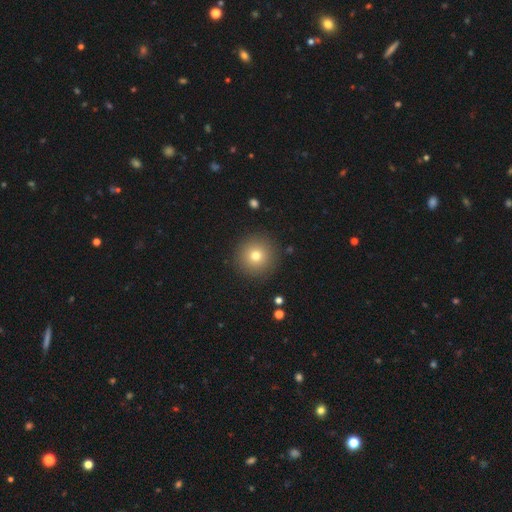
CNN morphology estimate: This is likely a smooth galaxy (76%). How rounded: clearly round (96%). Merging: clearly none (91%).